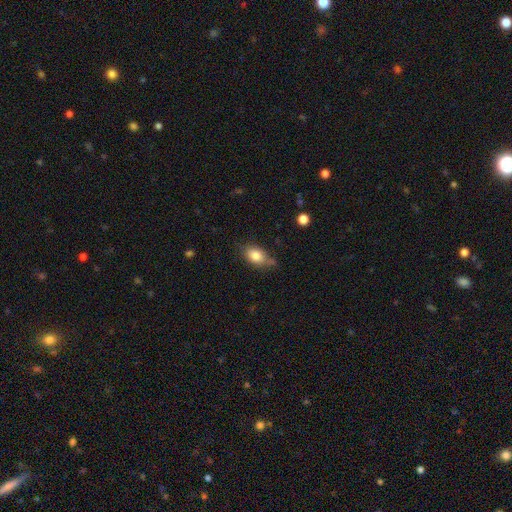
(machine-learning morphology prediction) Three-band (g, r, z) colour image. It shows a smooth galaxy with no disk features (81%) that is in between round and cigar-shaped (81%). Merging: none (60%).